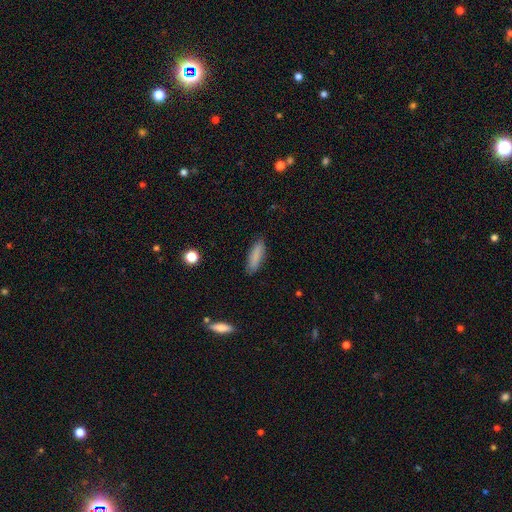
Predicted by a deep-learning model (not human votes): Smooth or featured? Predicted: smooth (p=0.84). How rounded? Predicted: cigar-shaped (p=0.57). Merging? Predicted: none (p=0.86).